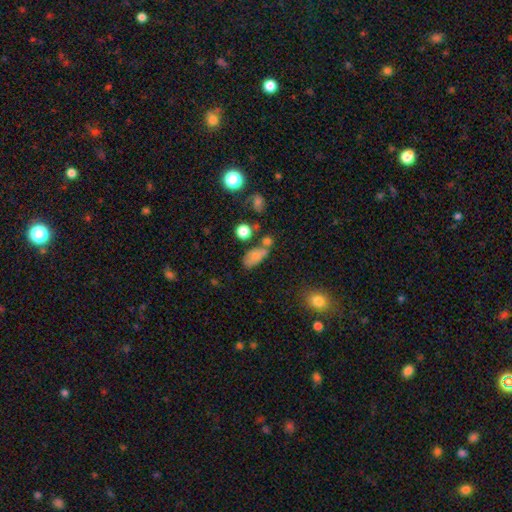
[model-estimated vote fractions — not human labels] Smooth or featured?
  - smooth: 75% *
  - star or artifact: 13%
  - featured or disk: 13%
How rounded?
  - in between: 85% *
  - round: 10%
  - cigar-shaped: 5%
Merging?
  - none: 46% *
  - merger: 22%
  - minor disturbance: 22%
  - major disturbance: 10%